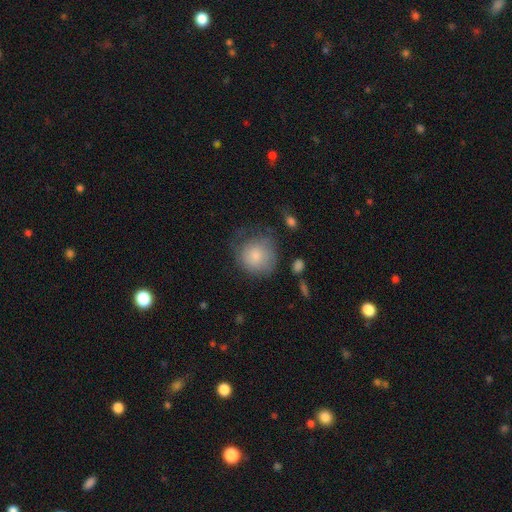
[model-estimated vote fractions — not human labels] The model was most divided on "merging": none: 48%, minor disturbance: 28%, major disturbance: 21%, merger: 3%. More confident: how rounded — round (86%); smooth or featured — smooth (75%).